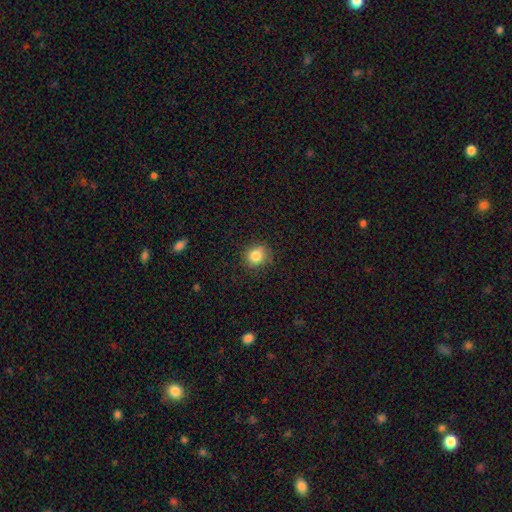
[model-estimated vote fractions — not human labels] This appears to be a smooth galaxy with no disk features (83%) that is round (83%). Merging: none (79%).